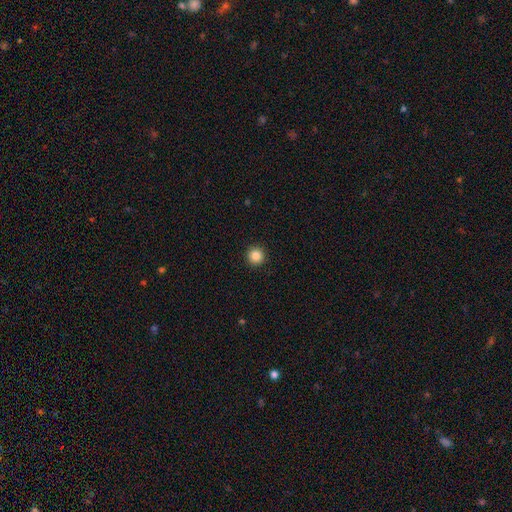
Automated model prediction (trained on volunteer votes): This is clearly a smooth galaxy (86%). How rounded: clearly round (96%). Merging: clearly none (93%).